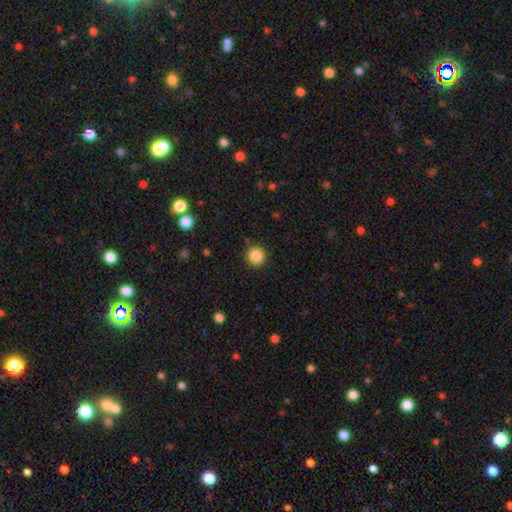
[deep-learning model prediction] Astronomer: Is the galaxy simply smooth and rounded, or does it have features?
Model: smooth — 86%.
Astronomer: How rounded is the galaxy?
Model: round — 95%.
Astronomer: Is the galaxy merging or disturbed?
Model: none — 90%.